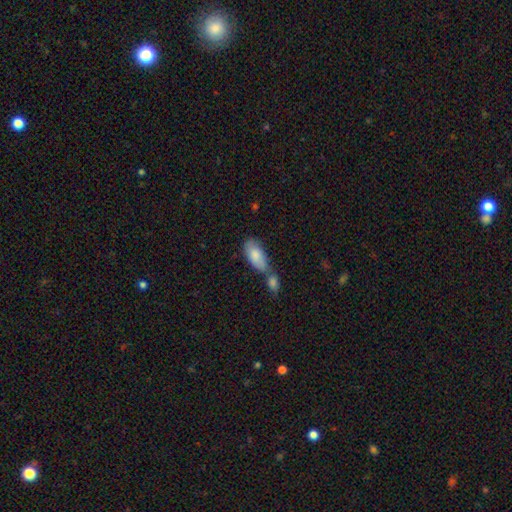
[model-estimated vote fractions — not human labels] The model was most divided on "merging": merger: 47%, none: 32%, minor disturbance: 15%, major disturbance: 6%. More confident: how rounded — in between (90%); smooth or featured — smooth (82%).